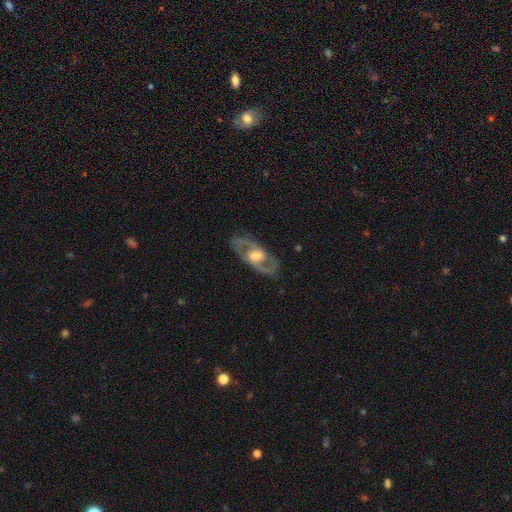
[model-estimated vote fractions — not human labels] Smooth or featured: featured or disk — 83% (smooth — 13%)
Edge-on disk: no — 90% (yes — 10%)
Bar: no — 44% (weak — 42%)
Spiral arms: yes — 87% (no — 13%)
Spiral winding: medium — 55% (tight — 22%)
Spiral arm count: 2 — 88% (can't tell — 6%)
Bulge size: moderate — 49% (large — 36%)
Merging: none — 81% (minor disturbance — 13%)